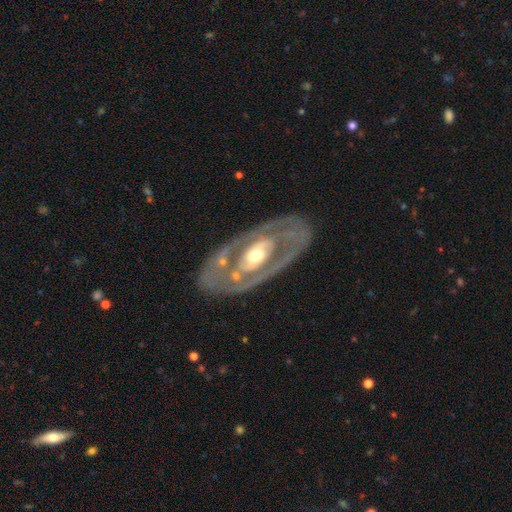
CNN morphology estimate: Smooth or featured? Predicted: featured or disk (p=0.79). Edge-on disk? Predicted: no (p=0.89). Bar? Predicted: no (p=0.61). Spiral arms? Predicted: no (p=0.61). Bulge size? Predicted: moderate (p=0.71). Merging? Predicted: none (p=0.76).